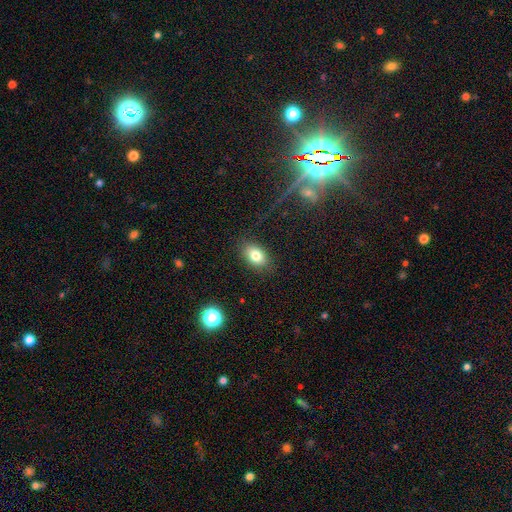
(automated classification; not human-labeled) Smooth or featured?
  - smooth: 80% *
  - featured or disk: 10%
  - star or artifact: 10%
How rounded?
  - in between: 84% *
  - round: 15%
  - cigar-shaped: 2%
Merging?
  - none: 85% *
  - minor disturbance: 11%
  - major disturbance: 3%
  - merger: 1%